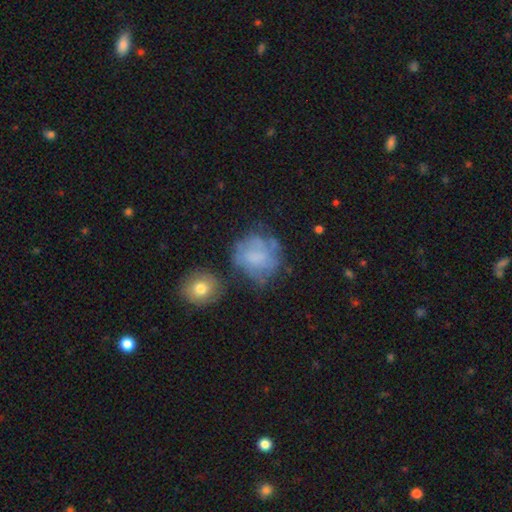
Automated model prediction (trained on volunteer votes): smooth_or_featured: featured or disk (p=0.46) [alt: smooth p=0.41]
merging: none (p=0.55) [alt: minor disturbance p=0.22]